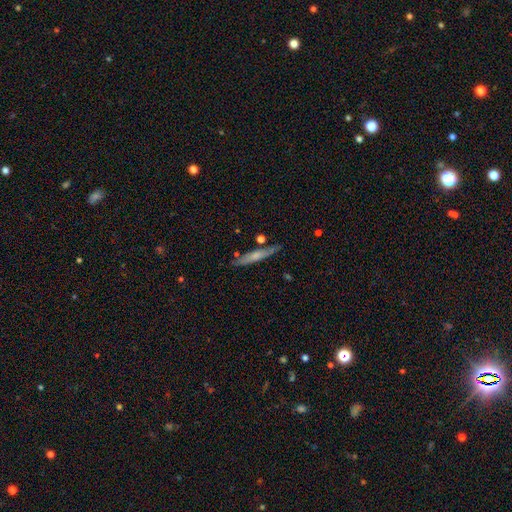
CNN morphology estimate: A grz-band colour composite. It shows a smooth galaxy with no disk features (54%) that is cigar-shaped (91%). Merging: none (79%).